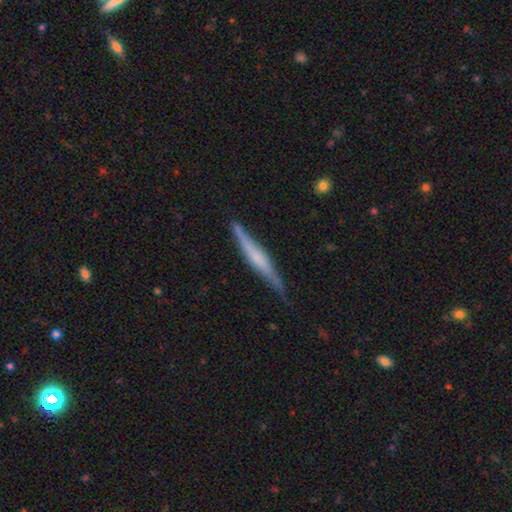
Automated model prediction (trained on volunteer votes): The model was most divided on "edge-on bulge": rounded: 38%, none: 34%, boxy: 28%. More confident: edge-on disk — yes (95%); merging — none (77%); smooth or featured — featured or disk (59%).